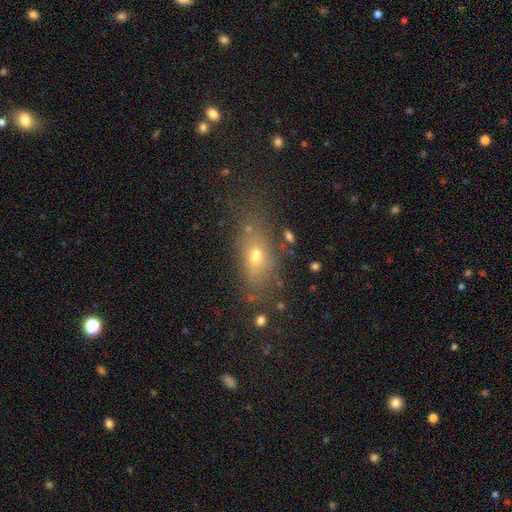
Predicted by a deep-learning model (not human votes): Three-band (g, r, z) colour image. It shows a smooth galaxy with no disk features (65%) that is in between round and cigar-shaped (72%). Merging: none (63%).